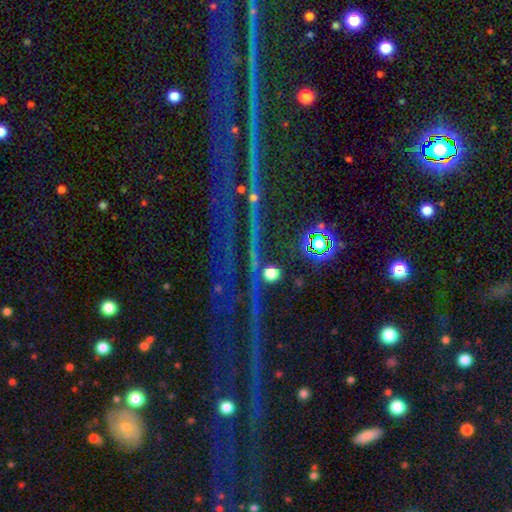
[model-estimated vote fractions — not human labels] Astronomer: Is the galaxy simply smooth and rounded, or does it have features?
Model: star or artifact — 83%.